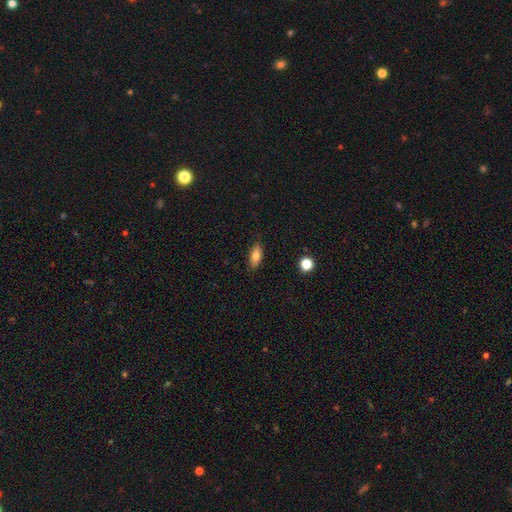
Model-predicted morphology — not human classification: smooth_or_featured: smooth (p=0.81) [alt: featured or disk p=0.11]
how_rounded: in between (p=0.85) [alt: cigar-shaped p=0.12]
merging: none (p=0.87) [alt: minor disturbance p=0.10]